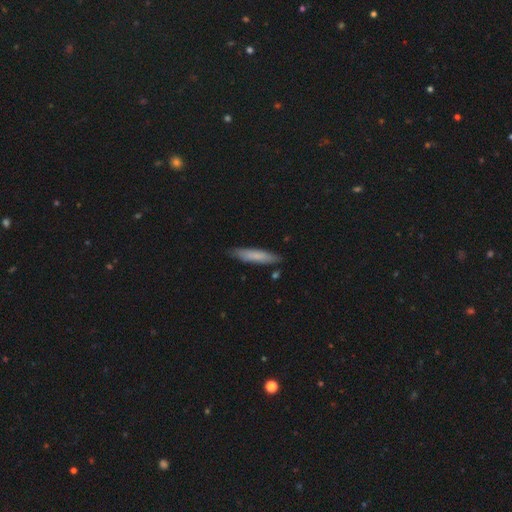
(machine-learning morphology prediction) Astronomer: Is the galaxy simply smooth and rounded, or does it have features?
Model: smooth — 76%.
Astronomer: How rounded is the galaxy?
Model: cigar-shaped — 84%.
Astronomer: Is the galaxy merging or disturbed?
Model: none — 83%.